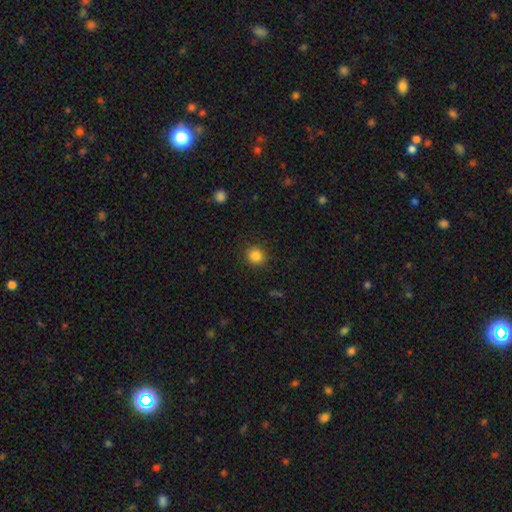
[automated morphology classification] smooth_or_featured: smooth (p=0.85) [alt: star or artifact p=0.11]
how_rounded: round (p=0.87) [alt: in between p=0.12]
merging: none (p=0.89) [alt: minor disturbance p=0.08]